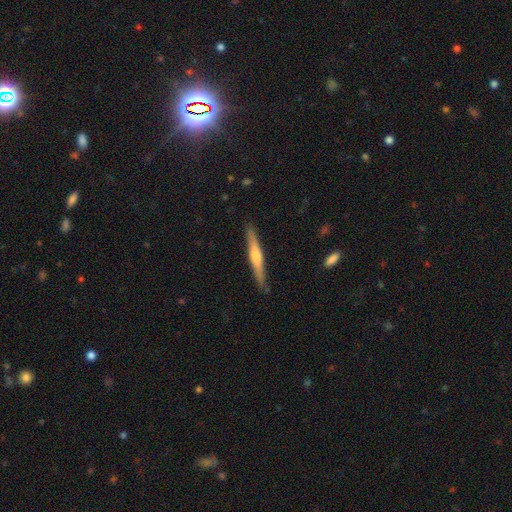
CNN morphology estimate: Smooth or featured? Predicted: featured or disk (p=0.64). Edge-on disk? Predicted: yes (p=0.97). Edge-on bulge? Predicted: rounded (p=0.83). Merging? Predicted: none (p=0.88).